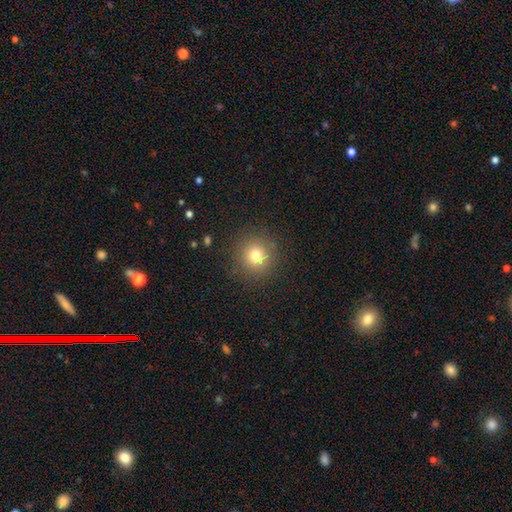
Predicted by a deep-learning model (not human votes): A smooth galaxy with no disk features (77%) that is round (93%).

Vote fractions:
- Smooth or featured? smooth: 77% / star or artifact: 14% / featured or disk: 9%
- How rounded? round: 93% / in between: 6% / cigar-shaped: 1%
- Merging? none: 88% / minor disturbance: 8% / major disturbance: 3% / merger: 1%